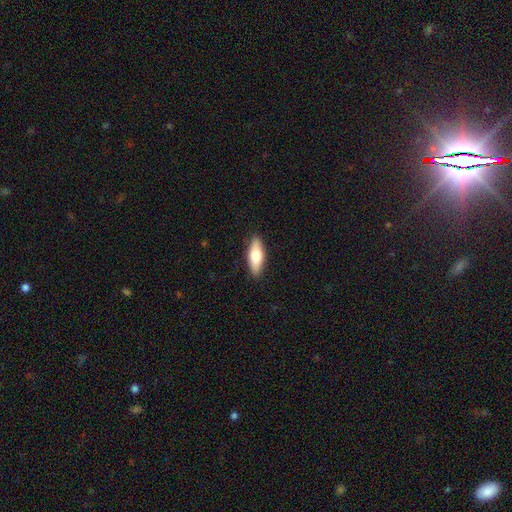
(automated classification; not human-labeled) Smooth or featured?
  - smooth: 68% *
  - featured or disk: 27%
  - star or artifact: 6%
How rounded?
  - in between: 67% *
  - cigar-shaped: 31%
  - round: 2%
Merging?
  - none: 89% *
  - minor disturbance: 8%
  - major disturbance: 2%
  - merger: 1%